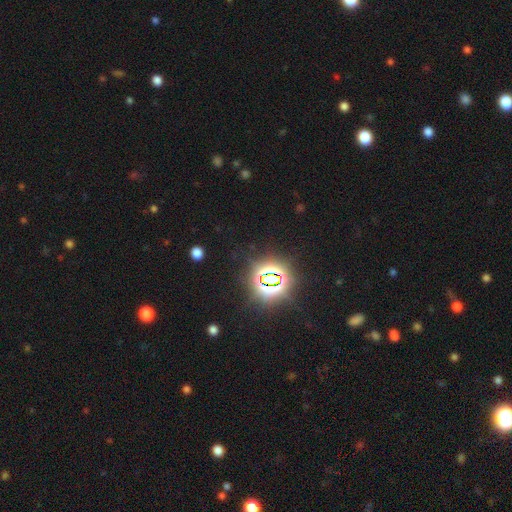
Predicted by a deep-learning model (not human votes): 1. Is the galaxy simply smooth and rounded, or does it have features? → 81% star or artifact, 13% smooth, 6% featured or disk.